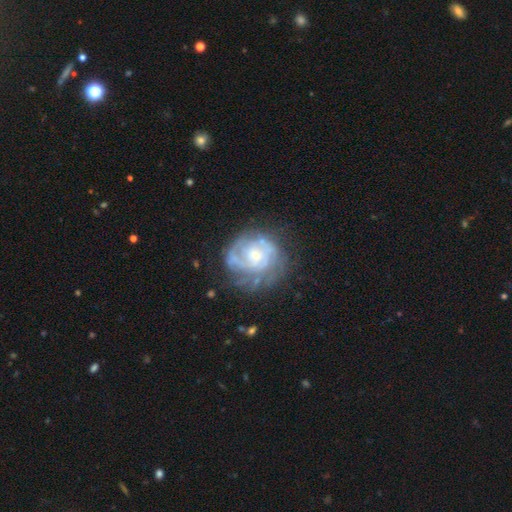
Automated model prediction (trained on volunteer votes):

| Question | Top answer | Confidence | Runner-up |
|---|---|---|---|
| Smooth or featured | featured or disk | 82% | smooth (12%) |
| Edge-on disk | no | 98% | yes (2%) |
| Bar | no | 72% | weak (23%) |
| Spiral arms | yes | 90% | no (10%) |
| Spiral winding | tight | 65% | medium (27%) |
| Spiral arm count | can't tell | 41% | 2 (22%) |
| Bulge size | small | 70% | moderate (24%) |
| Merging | none | 60% | minor disturbance (21%) |